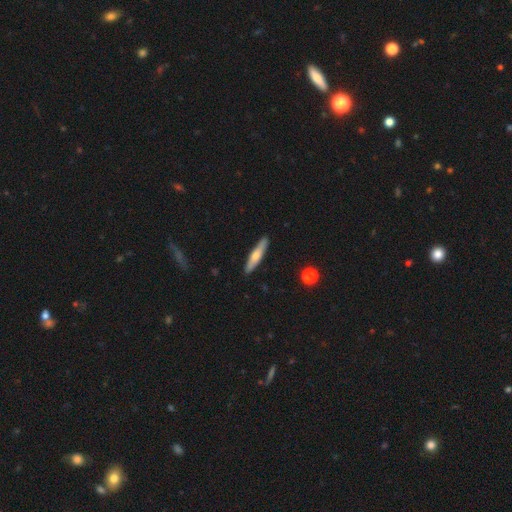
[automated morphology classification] This appears to be a smooth galaxy with no disk features (55%) that is cigar-shaped (86%). Merging: none (89%).